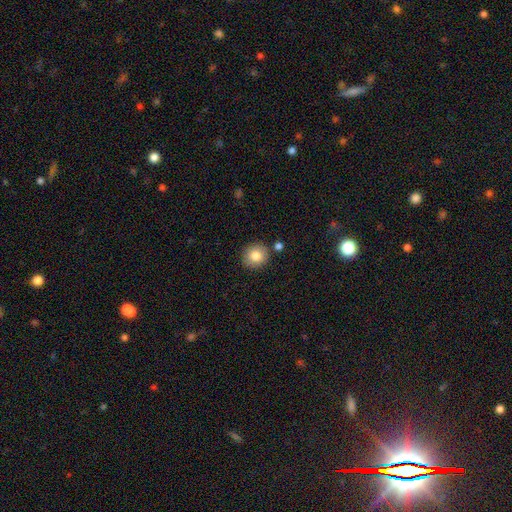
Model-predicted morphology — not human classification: This is clearly a smooth galaxy (82%). How rounded: clearly round (91%). Merging: clearly none (85%).